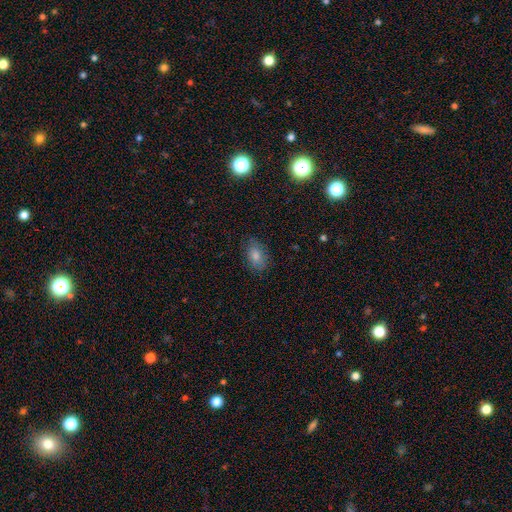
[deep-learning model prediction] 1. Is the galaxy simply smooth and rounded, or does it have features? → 71% smooth, 15% star or artifact, 14% featured or disk.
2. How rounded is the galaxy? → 81% in between, 17% round, 2% cigar-shaped.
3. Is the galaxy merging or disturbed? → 82% none, 14% minor disturbance, 3% major disturbance, 1% merger.